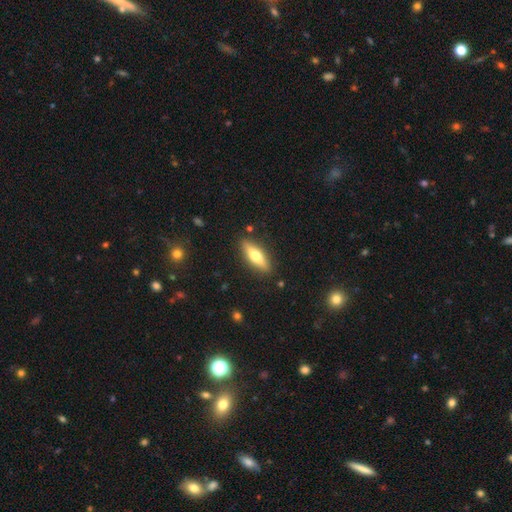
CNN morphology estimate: A smooth galaxy with no disk features (53%) that is cigar-shaped (54%).

Vote fractions:
- Smooth or featured? smooth: 53% / featured or disk: 41% / star or artifact: 6%
- How rounded? cigar-shaped: 54% / in between: 44% / round: 2%
- Merging? none: 87% / minor disturbance: 9% / major disturbance: 2% / merger: 2%